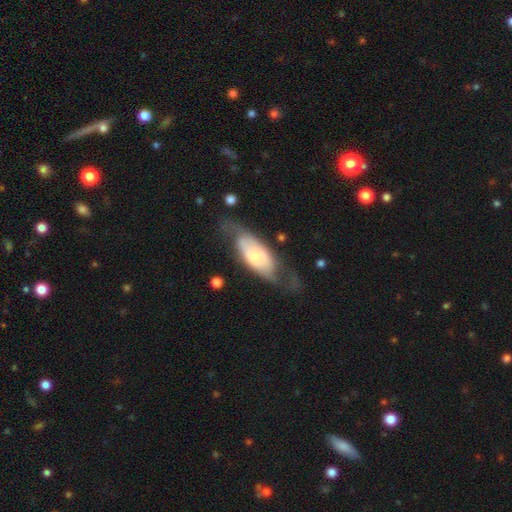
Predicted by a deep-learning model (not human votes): Overall: smooth (50%; featured or disk 43%). How rounded: in between (78%). Merging: none (49%; minor disturbance 26%).